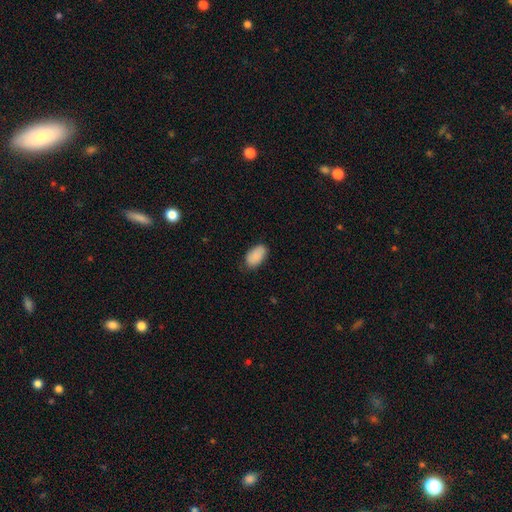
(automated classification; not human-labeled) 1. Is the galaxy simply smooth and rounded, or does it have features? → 89% smooth, 6% star or artifact, 4% featured or disk.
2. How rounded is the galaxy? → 94% in between, 4% round, 2% cigar-shaped.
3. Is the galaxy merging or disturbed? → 80% none, 16% minor disturbance, 3% major disturbance, 1% merger.